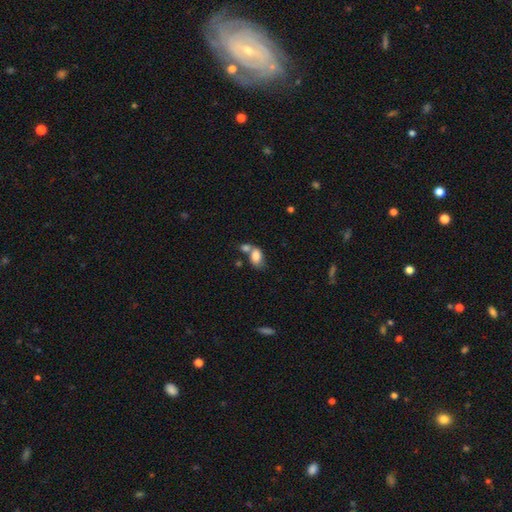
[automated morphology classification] type=smooth (80%); roundness=in between (85%); merging=merger (51%).